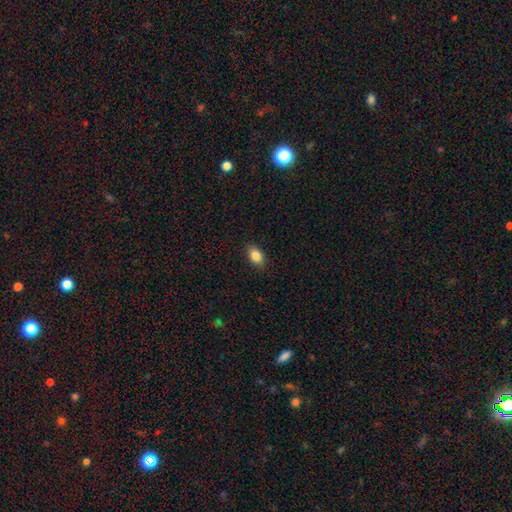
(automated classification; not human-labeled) A smooth galaxy with no disk features (86%) that is in between round and cigar-shaped (85%).

Vote fractions:
- Smooth or featured? smooth: 86% / star or artifact: 8% / featured or disk: 5%
- How rounded? in between: 85% / round: 13% / cigar-shaped: 2%
- Merging? none: 87% / minor disturbance: 9% / major disturbance: 2% / merger: 1%